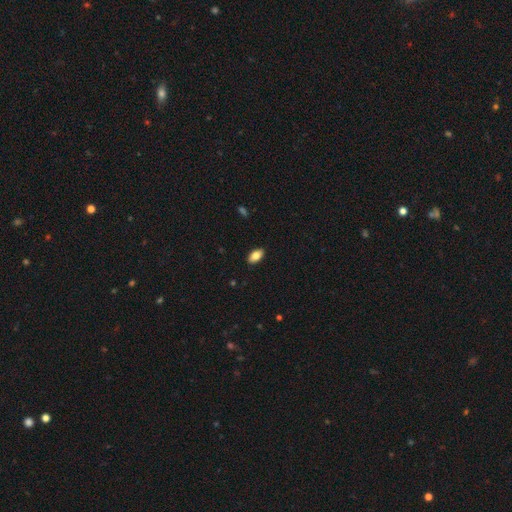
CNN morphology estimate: The model was most divided on "smooth or featured": smooth: 82%, featured or disk: 10%, star or artifact: 7%. More confident: how rounded — in between (92%); merging — none (89%).